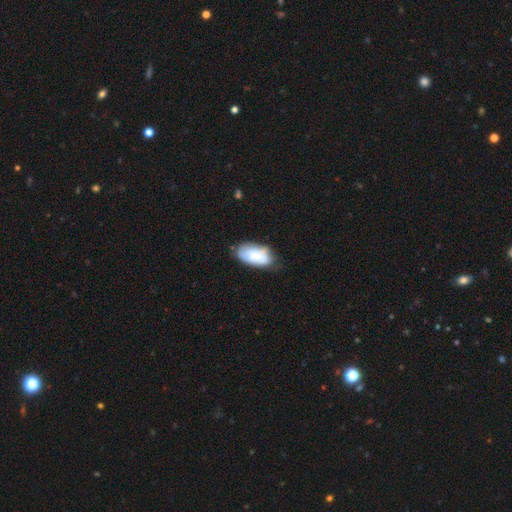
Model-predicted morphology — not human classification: This is likely a smooth galaxy (71%). How rounded: clearly in between (94%). Merging: likely none (62%).